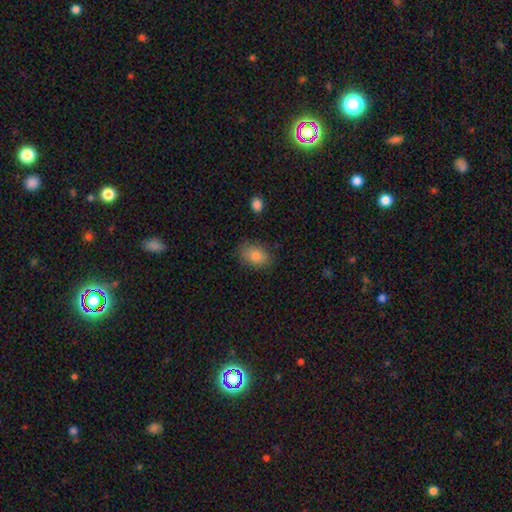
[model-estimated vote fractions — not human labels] A smooth galaxy with no disk features (82%) that is in between round and cigar-shaped (82%).

Vote fractions:
- Smooth or featured? smooth: 82% / featured or disk: 9% / star or artifact: 9%
- How rounded? in between: 82% / round: 17% / cigar-shaped: 1%
- Merging? none: 82% / minor disturbance: 13% / major disturbance: 3% / merger: 1%